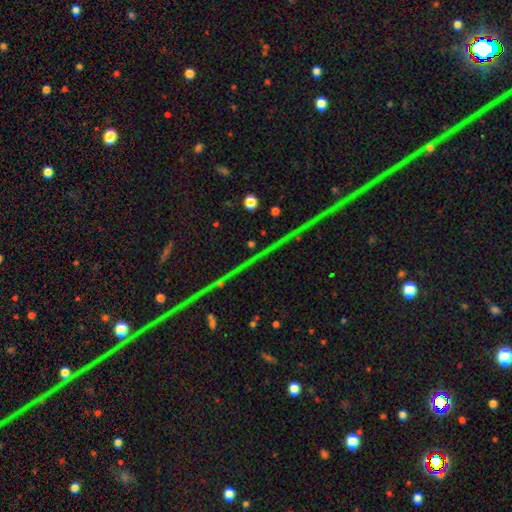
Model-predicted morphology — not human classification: This is likely a star or artifact rather than a galaxy (78%).